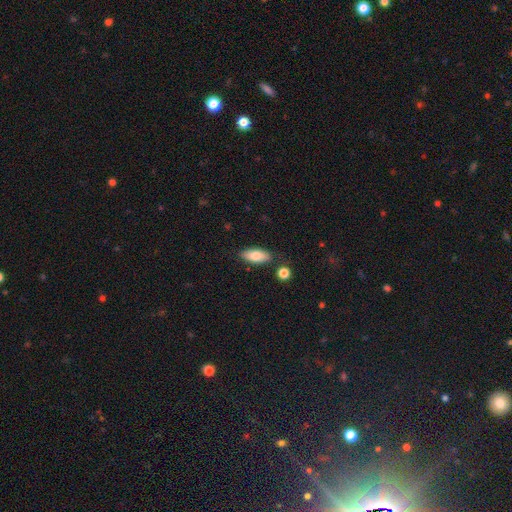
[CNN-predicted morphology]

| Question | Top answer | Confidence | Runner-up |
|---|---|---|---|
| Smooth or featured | smooth | 79% | featured or disk (14%) |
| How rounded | in between | 83% | cigar-shaped (14%) |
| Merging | none | 81% | minor disturbance (12%) |